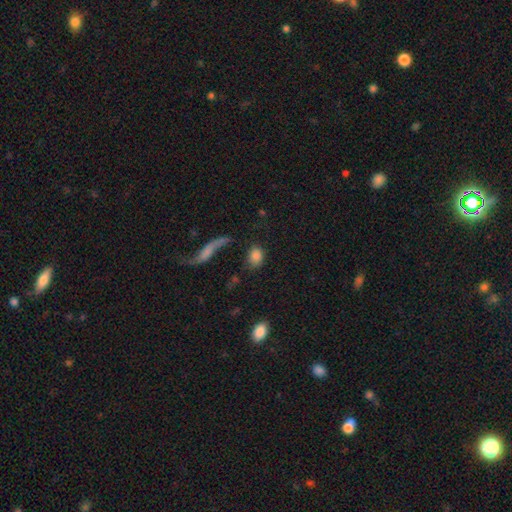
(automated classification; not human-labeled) smooth 82%, star or artifact 9%, featured or disk 9%. Down the decision tree: how rounded — in between (69%); merging — none (66%).